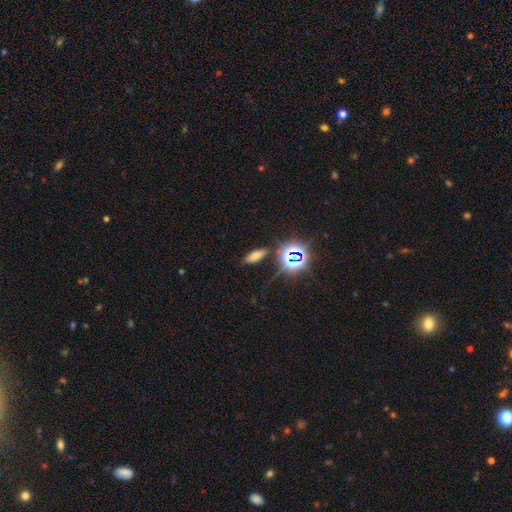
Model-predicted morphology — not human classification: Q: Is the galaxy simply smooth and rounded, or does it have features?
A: smooth — 64%.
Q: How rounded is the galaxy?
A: in between — 68%.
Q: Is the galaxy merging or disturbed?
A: none — 82%.